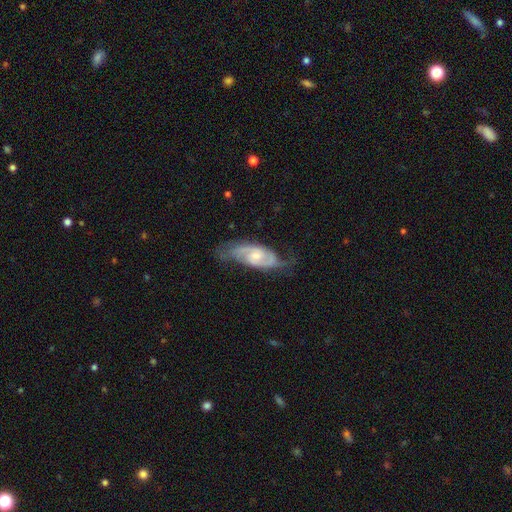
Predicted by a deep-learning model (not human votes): Morphology: type=featured or disk (83%); edge-on=no (93%); bar=no (50%); spiral arms=yes (96%); winding=medium (49%); arm count=2 (83%); bulge=small (51%); merging=none (67%).